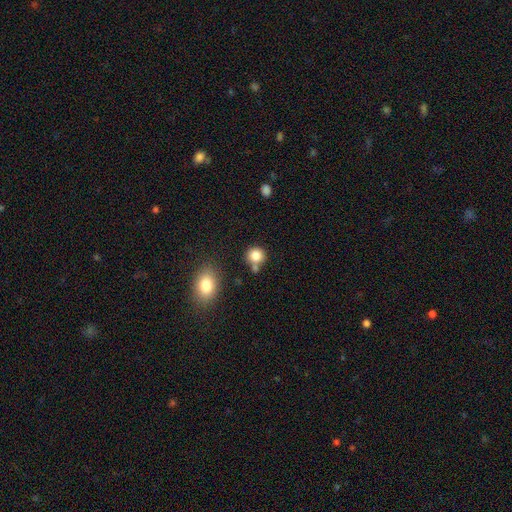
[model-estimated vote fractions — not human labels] smooth 83%, star or artifact 10%, featured or disk 7%. Down the decision tree: how rounded — round (86%); merging — none (69%).